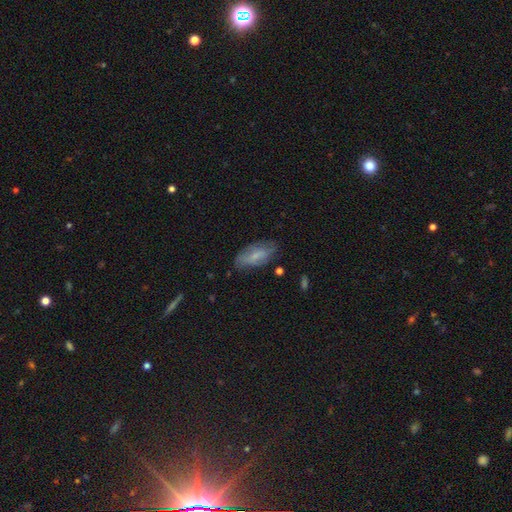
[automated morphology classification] Q: Smooth or featured?
A: smooth (62%); runner-up: featured or disk (31%)
Q: How rounded?
A: in between (86%); runner-up: cigar-shaped (11%)
Q: Merging?
A: none (68%); runner-up: minor disturbance (24%)